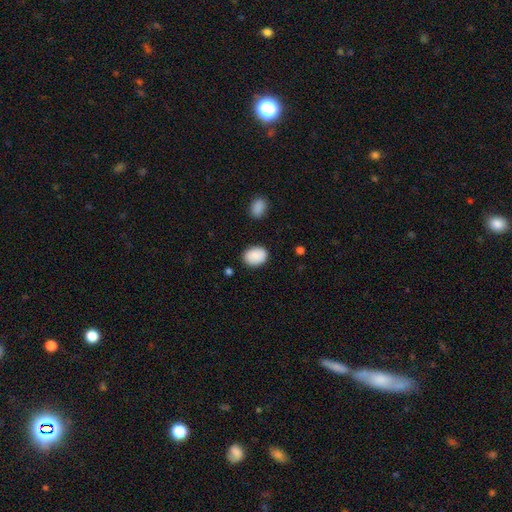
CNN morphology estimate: Overall: smooth (90%). How rounded: in between (73%). Merging: none (85%).